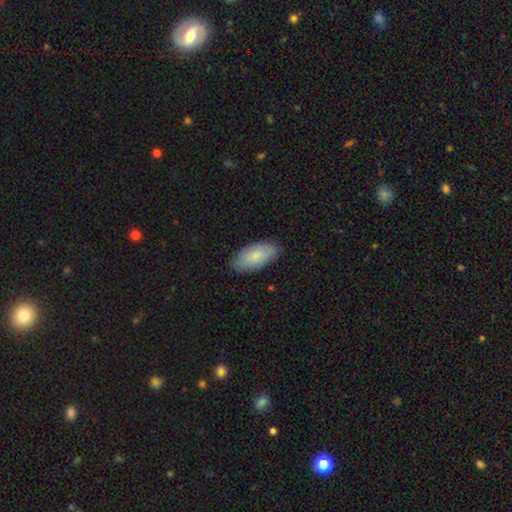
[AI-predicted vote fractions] Overall: smooth (81%). How rounded: in between (91%). Merging: none (84%).